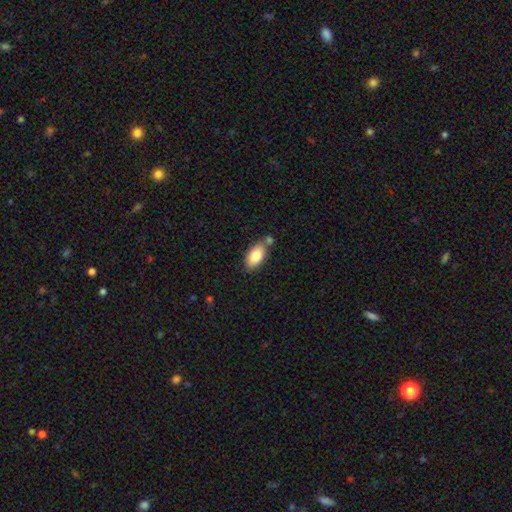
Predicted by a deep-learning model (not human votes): Smooth or featured? Predicted: smooth (p=0.82). How rounded? Predicted: in between (p=0.93). Merging? Predicted: none (p=0.63).